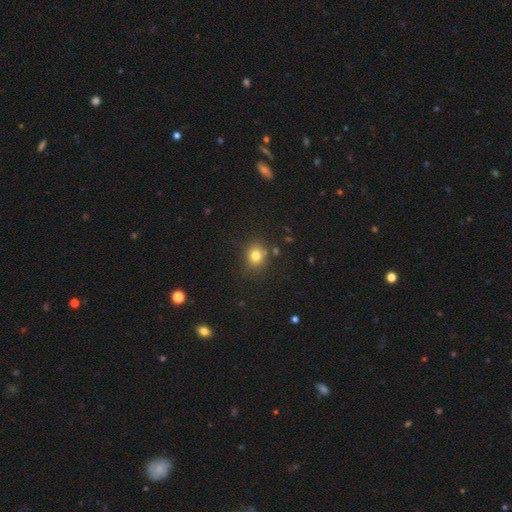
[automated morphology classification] A smooth galaxy with no disk features (79%) that is round (72%). Merging: none (80%).